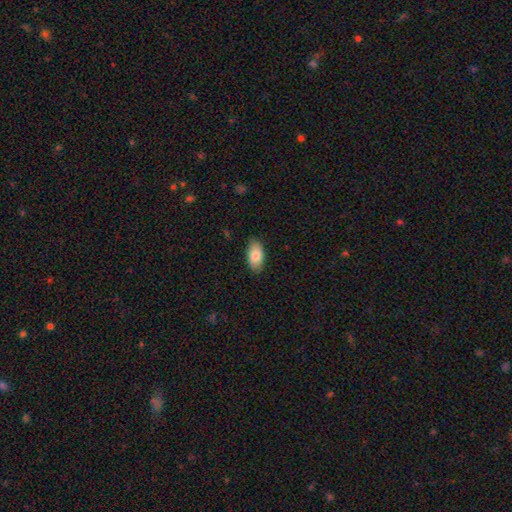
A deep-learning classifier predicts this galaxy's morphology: Q: Smooth or featured?
A: smooth (83%); runner-up: featured or disk (11%)
Q: How rounded?
A: in between (94%); runner-up: cigar-shaped (3%)
Q: Merging?
A: none (86%); runner-up: minor disturbance (11%)